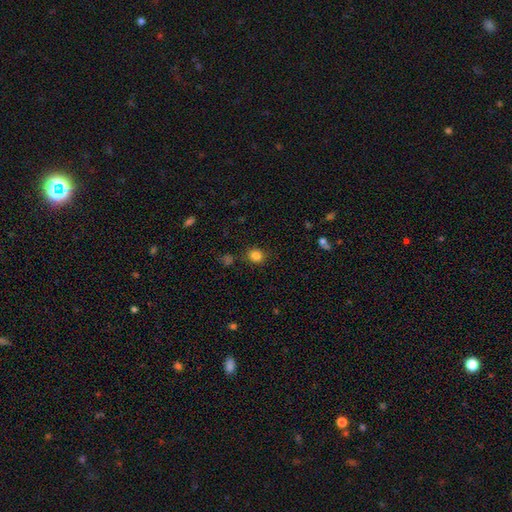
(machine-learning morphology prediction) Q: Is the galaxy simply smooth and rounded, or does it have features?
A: smooth — 83%.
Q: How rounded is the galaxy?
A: round — 77%.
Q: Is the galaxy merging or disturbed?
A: none — 83%.